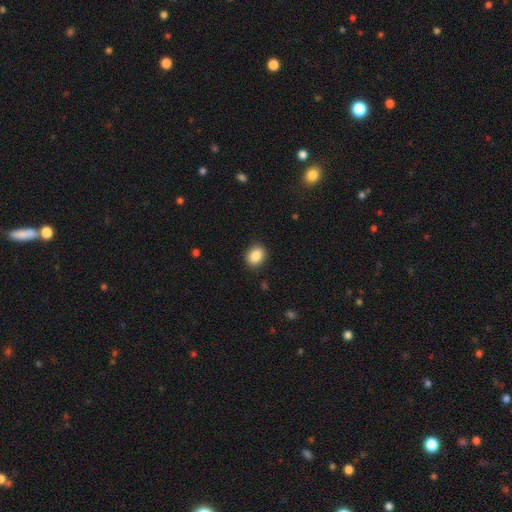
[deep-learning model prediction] smooth_or_featured: smooth (p=0.87) [alt: star or artifact p=0.08]
how_rounded: in between (p=0.57) [alt: round p=0.42]
merging: none (p=0.88) [alt: minor disturbance p=0.08]